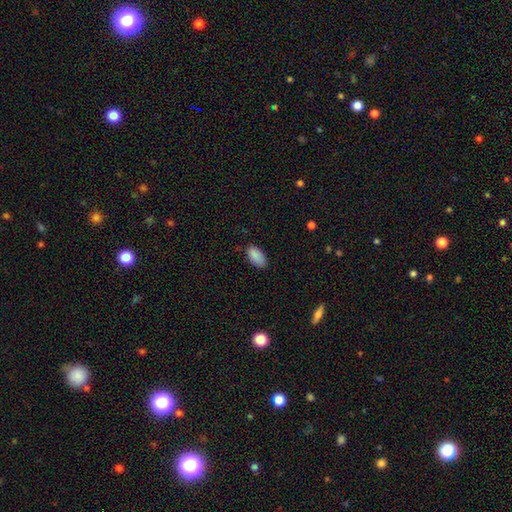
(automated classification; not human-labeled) Q: Smooth or featured?
A: smooth (89%); runner-up: star or artifact (7%)
Q: How rounded?
A: in between (93%); runner-up: cigar-shaped (4%)
Q: Merging?
A: none (80%); runner-up: minor disturbance (16%)